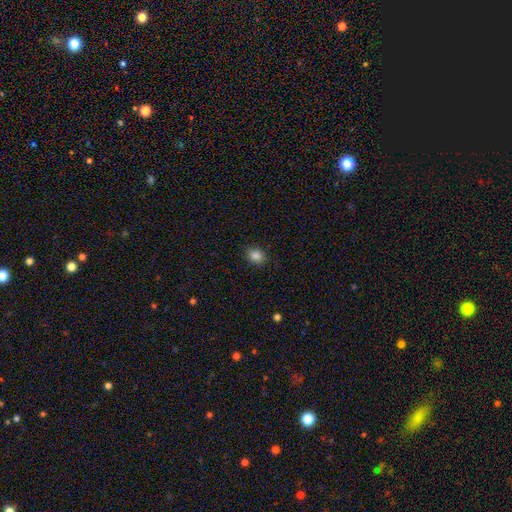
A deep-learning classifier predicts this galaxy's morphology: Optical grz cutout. It shows a smooth galaxy with no disk features (85%) that is round (64%). Merging: none (87%).